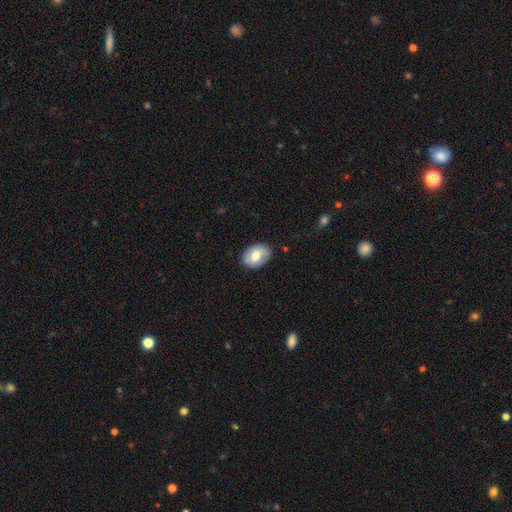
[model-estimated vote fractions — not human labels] smooth_or_featured: smooth (p=0.69) [alt: featured or disk p=0.24]
how_rounded: in between (p=0.75) [alt: round p=0.24]
merging: none (p=0.85) [alt: minor disturbance p=0.11]